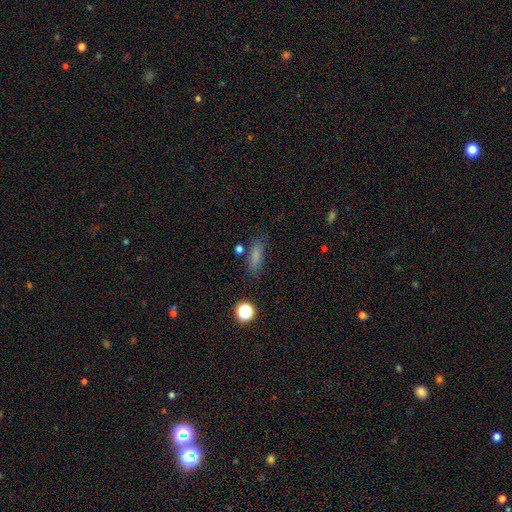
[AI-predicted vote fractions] Q: Smooth or featured?
A: smooth (75%); runner-up: star or artifact (14%)
Q: How rounded?
A: in between (48%); runner-up: cigar-shaped (46%)
Q: Merging?
A: none (74%); runner-up: minor disturbance (16%)